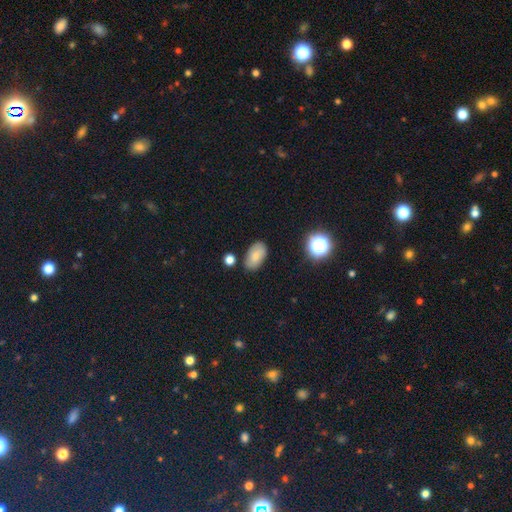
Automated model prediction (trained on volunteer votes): smooth_or_featured: smooth (p=0.79) [alt: featured or disk p=0.11]
how_rounded: in between (p=0.93) [alt: round p=0.06]
merging: none (p=0.79) [alt: minor disturbance p=0.14]